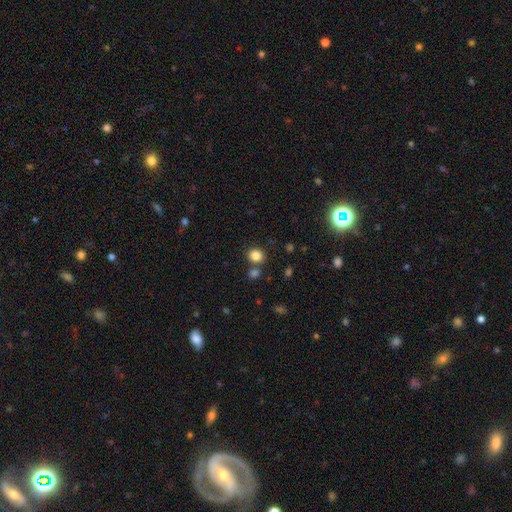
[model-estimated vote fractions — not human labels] Overall: smooth (84%). How rounded: round (70%). Merging: none (75%).